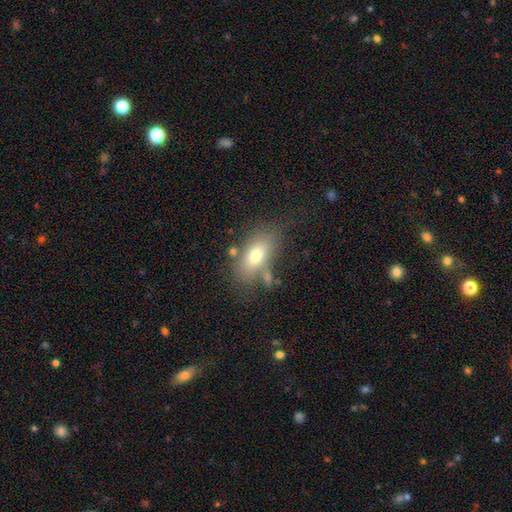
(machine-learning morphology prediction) Q: Smooth or featured?
A: smooth (70%); runner-up: featured or disk (20%)
Q: How rounded?
A: in between (87%); runner-up: round (9%)
Q: Merging?
A: none (59%); runner-up: minor disturbance (20%)